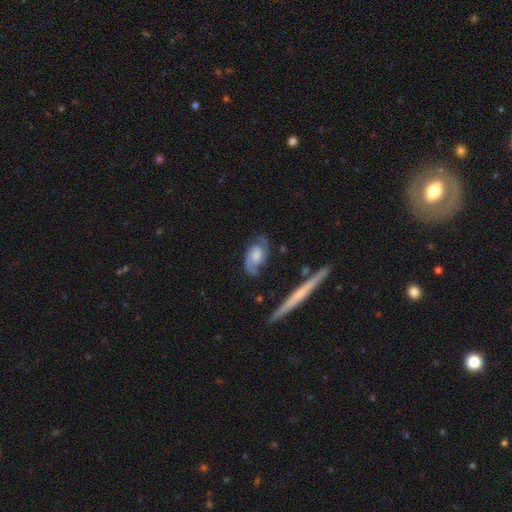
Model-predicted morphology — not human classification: type=featured or disk (80%); edge-on=no (95%); bar=no (64%); spiral arms=yes (96%); winding=medium (49%); arm count=2 (88%); bulge=moderate (41%); merging=none (71%).